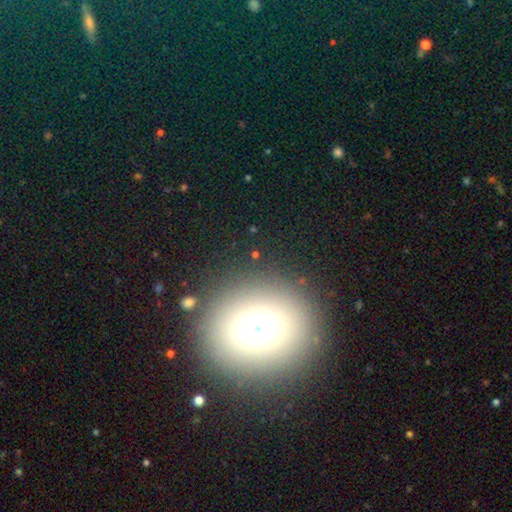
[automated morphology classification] Smooth or featured? smooth (51%)
How rounded? round (71%)
Merging? none (83%)